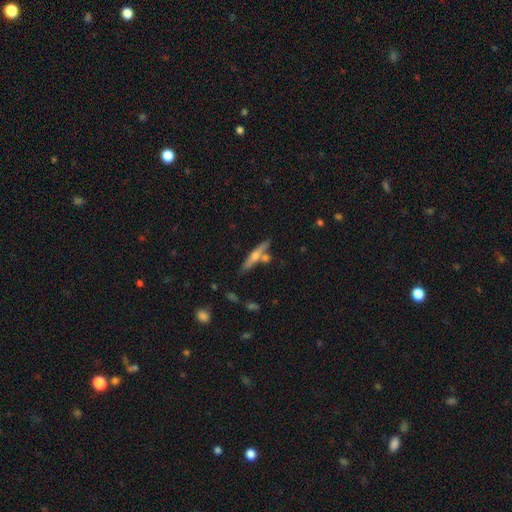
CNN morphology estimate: This is possibly a featured or disk galaxy (52%). It is clearly viewed edge-on (93%). Merging: likely none (70%).